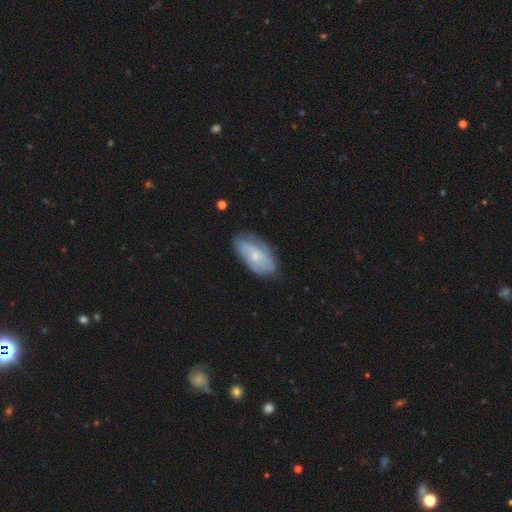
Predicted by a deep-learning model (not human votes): smooth-or-featured: smooth: 53% | featured or disk: 40% | star or artifact: 7%
  how-rounded: in between: 91% | cigar-shaped: 5% | round: 3%
  merging: none: 70% | minor disturbance: 23% | major disturbance: 5% | merger: 1%